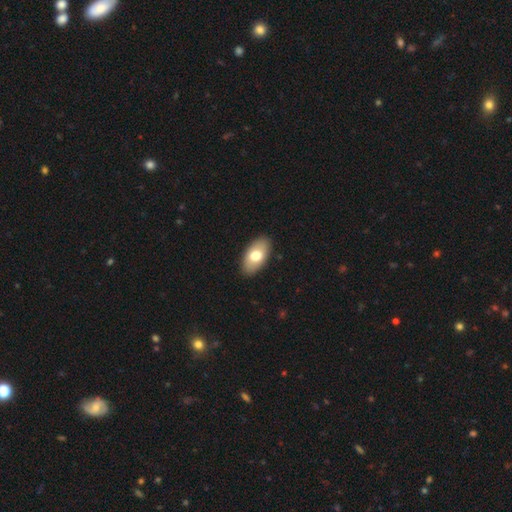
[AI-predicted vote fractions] The model was most divided on "smooth or featured": smooth: 72%, featured or disk: 22%, star or artifact: 6%. More confident: how rounded — in between (94%); merging — none (90%).